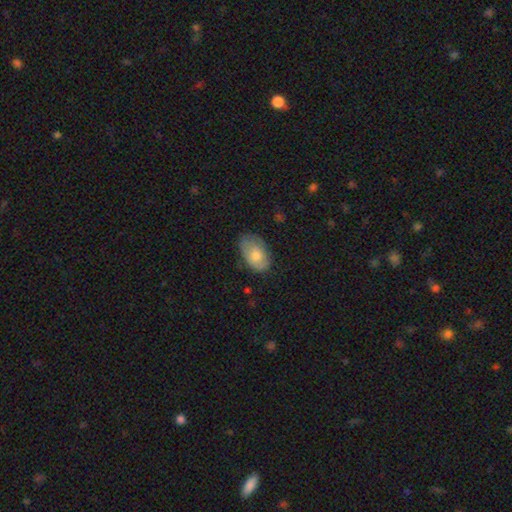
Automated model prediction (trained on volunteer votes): Q: Smooth or featured?
A: smooth (71%); runner-up: featured or disk (22%)
Q: How rounded?
A: in between (91%); runner-up: round (8%)
Q: Merging?
A: none (67%); runner-up: minor disturbance (26%)